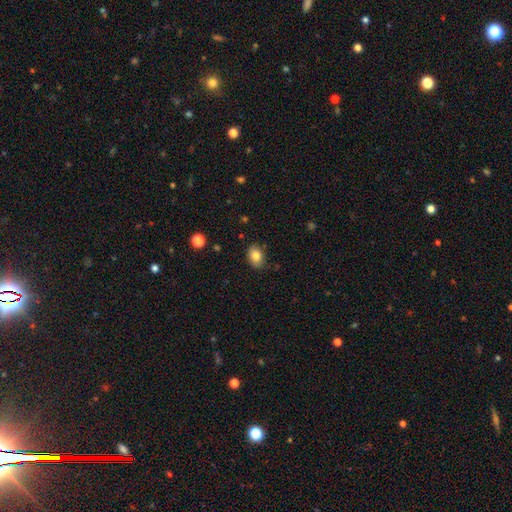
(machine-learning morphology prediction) A smooth galaxy with no disk features (82%) that is in between round and cigar-shaped (74%). Merging: none (83%).